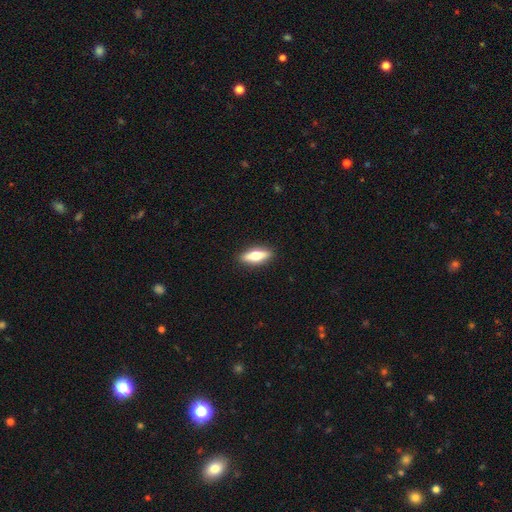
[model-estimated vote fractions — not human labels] smooth 52%, featured or disk 42%, star or artifact 6%. Down the decision tree: how rounded — in between (52%); merging — none (90%).